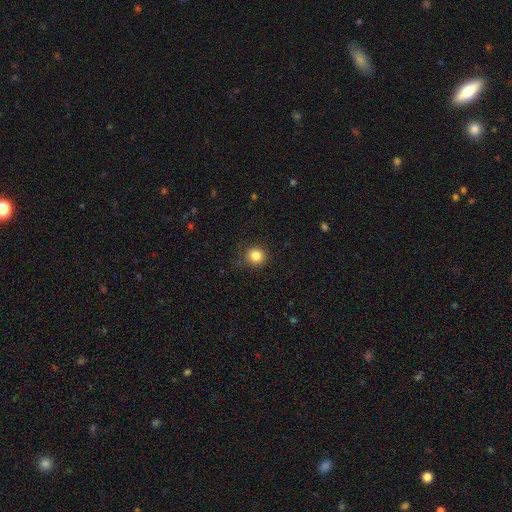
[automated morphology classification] This appears to be a smooth galaxy with no disk features (84%) that is round (92%). Merging: none (84%).